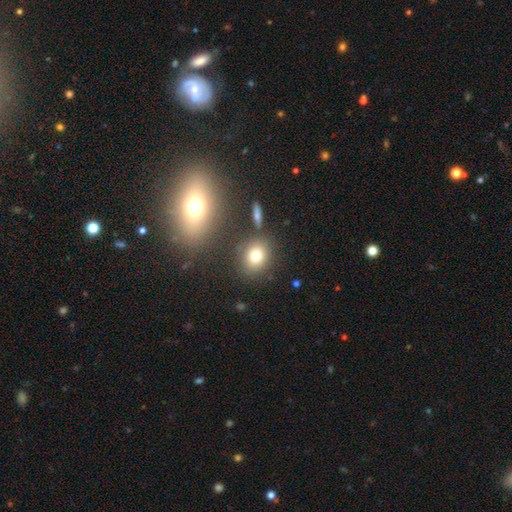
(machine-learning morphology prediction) This appears to be a smooth galaxy with no disk features (77%) that is round (54%). Merging: none (79%).